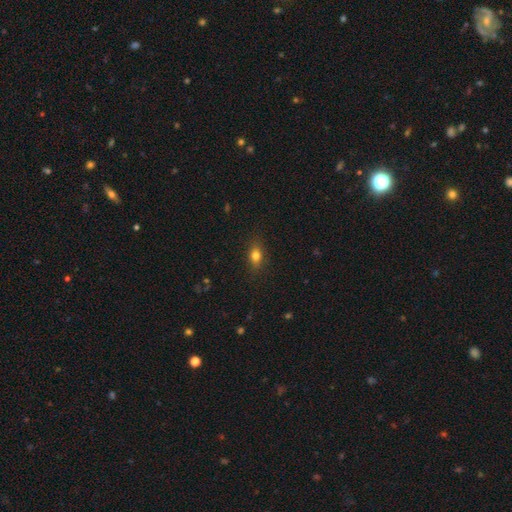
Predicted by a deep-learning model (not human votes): Smooth or featured: smooth — 79% (star or artifact — 11%)
How rounded: in between — 71% (round — 22%)
Merging: none — 85% (minor disturbance — 11%)